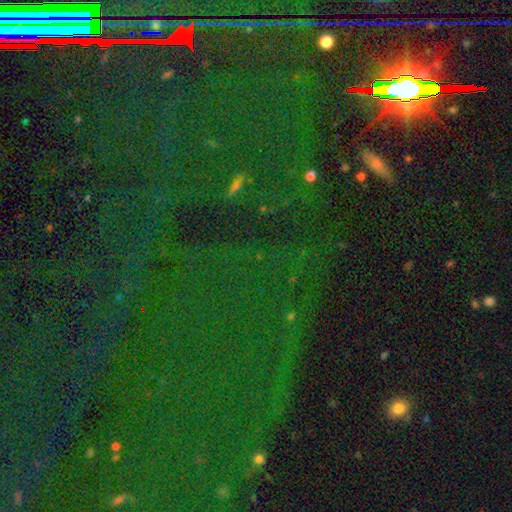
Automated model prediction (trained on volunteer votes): This is likely a star or artifact rather than a galaxy (76%).